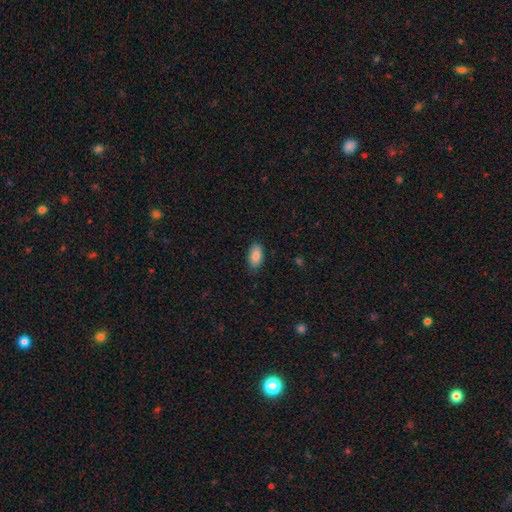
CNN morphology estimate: smooth-or-featured: smooth: 88% | star or artifact: 7% | featured or disk: 5%
  how-rounded: in between: 93% | round: 4% | cigar-shaped: 3%
  merging: none: 82% | minor disturbance: 14% | major disturbance: 3% | merger: 1%